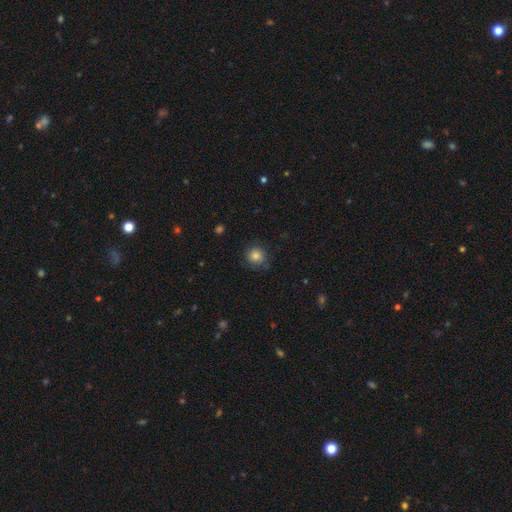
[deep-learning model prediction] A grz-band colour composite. It shows a smooth galaxy with no disk features (79%) that is round (91%). Merging: none (79%).